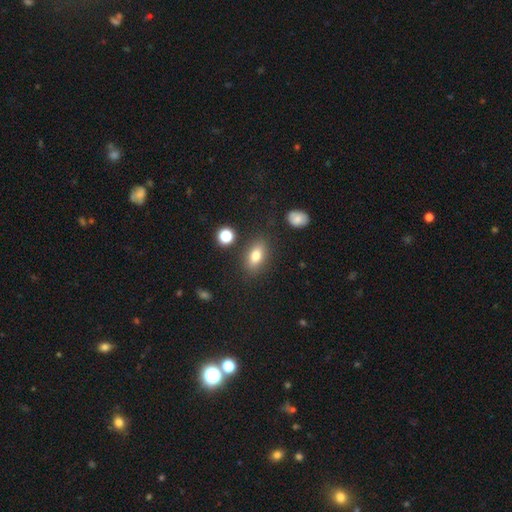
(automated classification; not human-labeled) Q: Smooth or featured?
A: smooth (75%); runner-up: featured or disk (15%)
Q: How rounded?
A: in between (80%); runner-up: round (11%)
Q: Merging?
A: none (82%); runner-up: minor disturbance (11%)